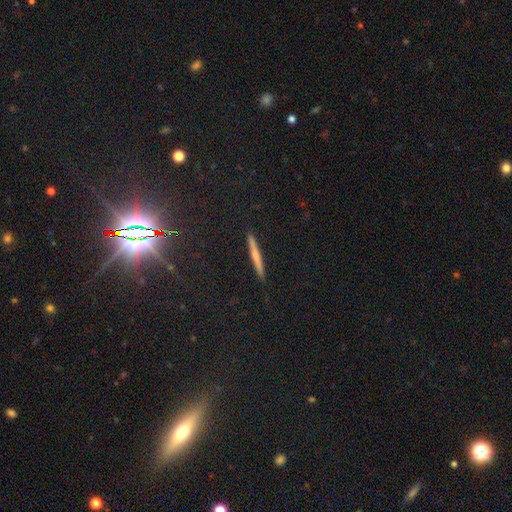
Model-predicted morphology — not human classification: Overall: smooth (51%; featured or disk 37%). How rounded: cigar-shaped (94%). Merging: none (91%).